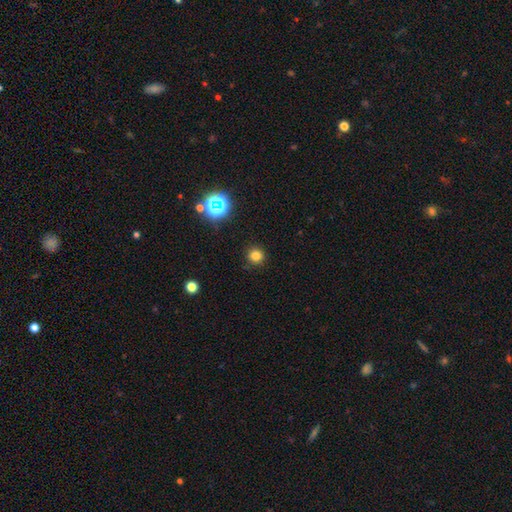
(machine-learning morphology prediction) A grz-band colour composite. It shows a smooth galaxy with no disk features (77%) that is round (93%). Merging: none (90%).